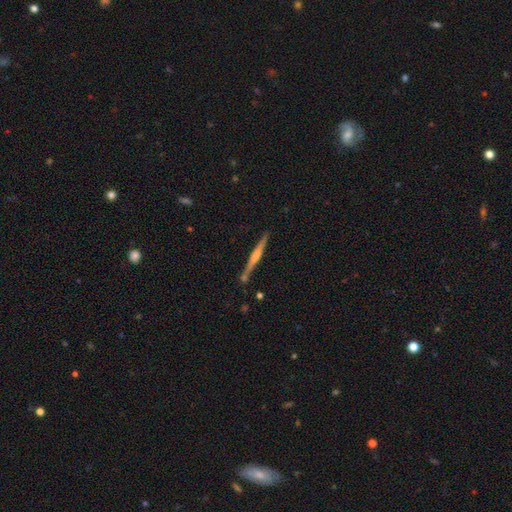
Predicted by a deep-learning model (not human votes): Smooth or featured? featured or disk (62%)
Edge-on disk? yes (98%)
Edge-on bulge? rounded (52%)
Merging? none (80%)